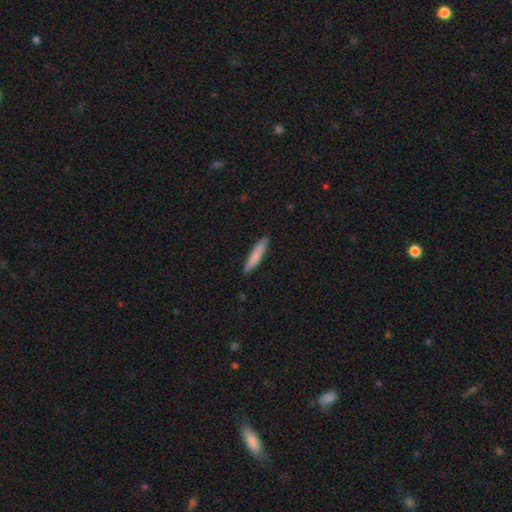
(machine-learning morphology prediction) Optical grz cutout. It shows a smooth galaxy with no disk features (80%) that is cigar-shaped (92%). Merging: none (89%).